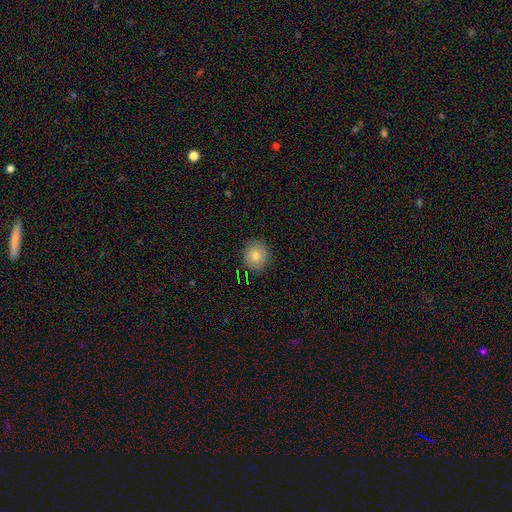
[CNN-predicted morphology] Smooth or featured? smooth (78%)
How rounded? round (88%)
Merging? none (90%)